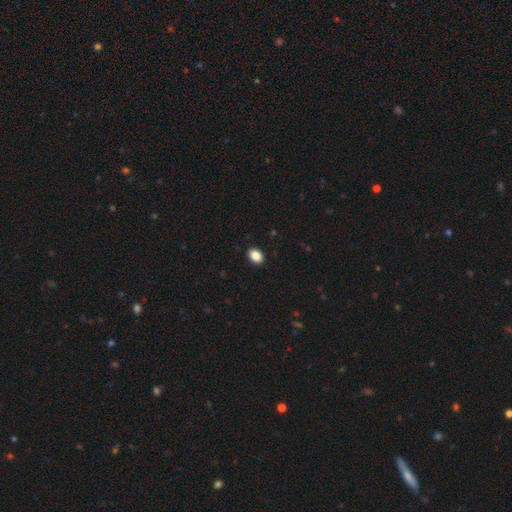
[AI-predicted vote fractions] smooth_or_featured: smooth (p=0.88) [alt: star or artifact p=0.08]
how_rounded: in between (p=0.81) [alt: round p=0.18]
merging: none (p=0.90) [alt: minor disturbance p=0.07]